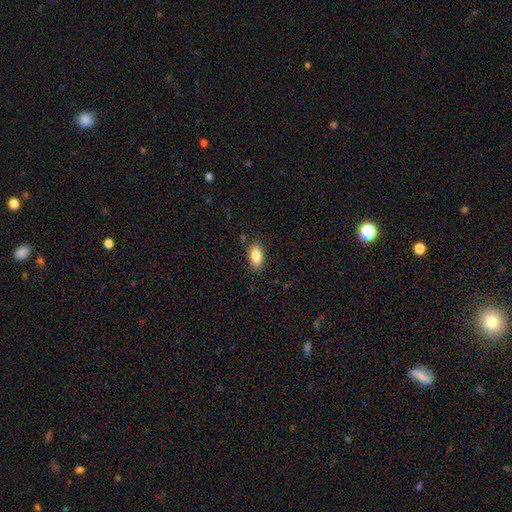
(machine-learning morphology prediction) smooth_or_featured: smooth (p=0.85) [alt: featured or disk p=0.08]
how_rounded: in between (p=0.88) [alt: cigar-shaped p=0.08]
merging: none (p=0.85) [alt: minor disturbance p=0.11]